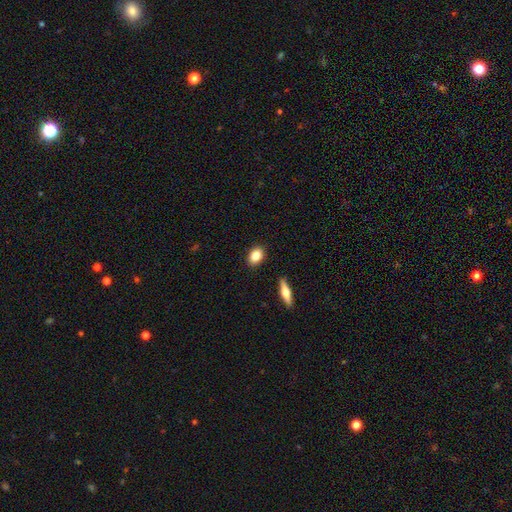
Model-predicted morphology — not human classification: A smooth galaxy with no disk features (83%) that is in between round and cigar-shaped (76%). Merging: none (89%).